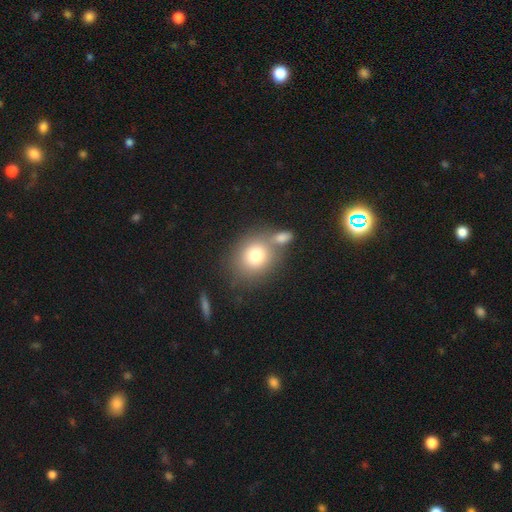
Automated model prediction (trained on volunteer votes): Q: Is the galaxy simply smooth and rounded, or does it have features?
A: smooth — 77%.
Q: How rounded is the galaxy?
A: round — 72%.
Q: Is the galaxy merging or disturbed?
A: none — 53%.